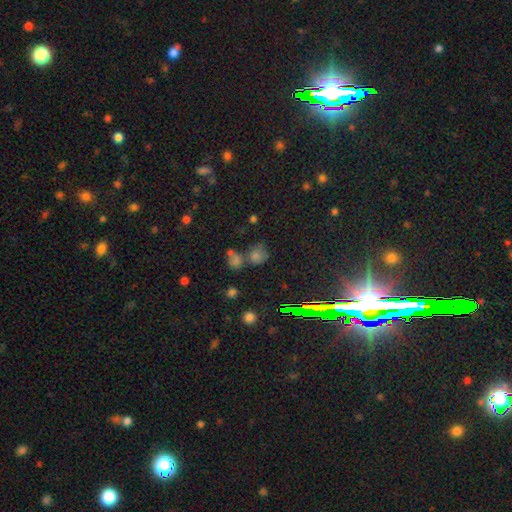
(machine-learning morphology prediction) Q: Smooth or featured?
A: smooth (46%); runner-up: star or artifact (44%)
Q: Merging?
A: none (59%); runner-up: merger (25%)